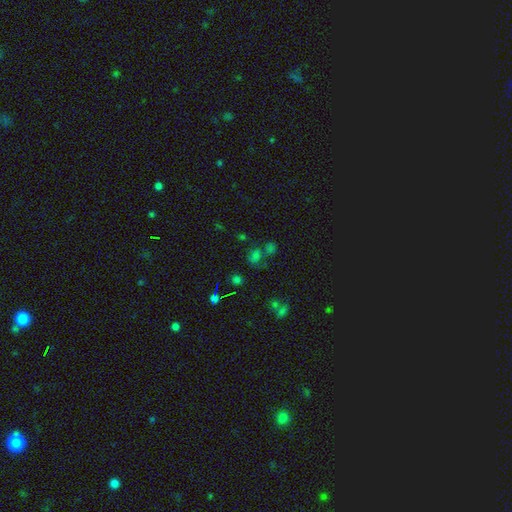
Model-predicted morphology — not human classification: Smooth or featured? smooth (50%)
Merging? none (44%)